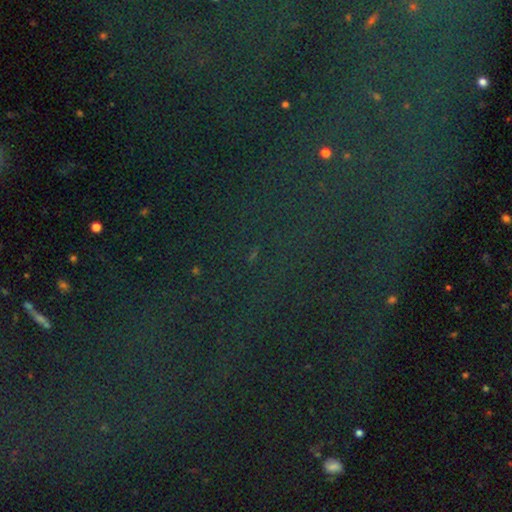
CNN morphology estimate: This is clearly a star or artifact rather than a galaxy (82%).